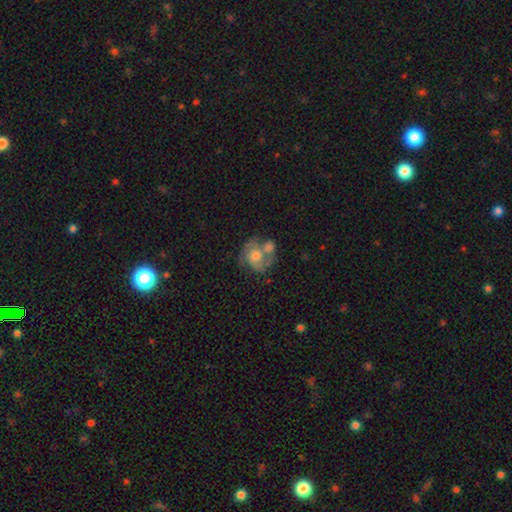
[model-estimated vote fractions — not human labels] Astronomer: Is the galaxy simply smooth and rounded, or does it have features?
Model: featured or disk — 63%.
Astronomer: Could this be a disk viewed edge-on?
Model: no — 98%.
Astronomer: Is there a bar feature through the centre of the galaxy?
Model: no — 76%.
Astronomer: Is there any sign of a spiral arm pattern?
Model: yes — 77%.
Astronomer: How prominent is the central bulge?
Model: moderate — 52%.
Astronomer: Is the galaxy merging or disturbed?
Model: merger — 39% (runner-up: none, 32%).